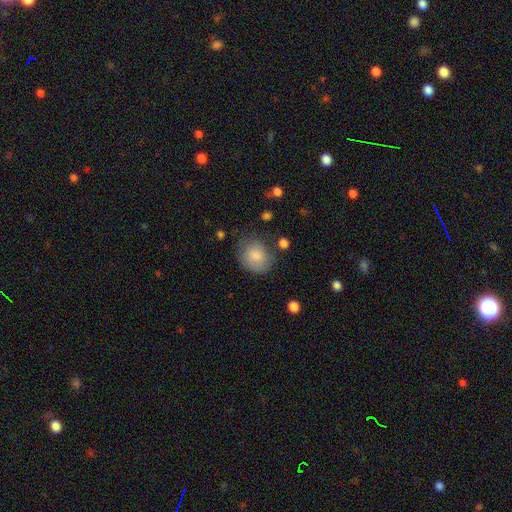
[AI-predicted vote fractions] Smooth or featured: smooth — 83% (featured or disk — 9%)
How rounded: round — 68% (in between — 31%)
Merging: none — 70% (minor disturbance — 20%)